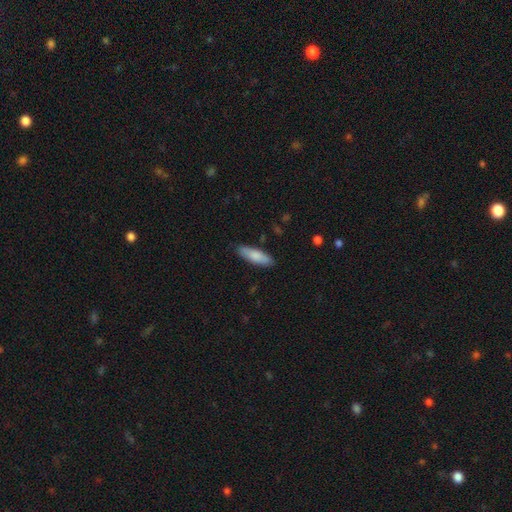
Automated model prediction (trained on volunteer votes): This is clearly a smooth galaxy (81%). How rounded: possibly in between (52%). Merging: clearly none (86%).